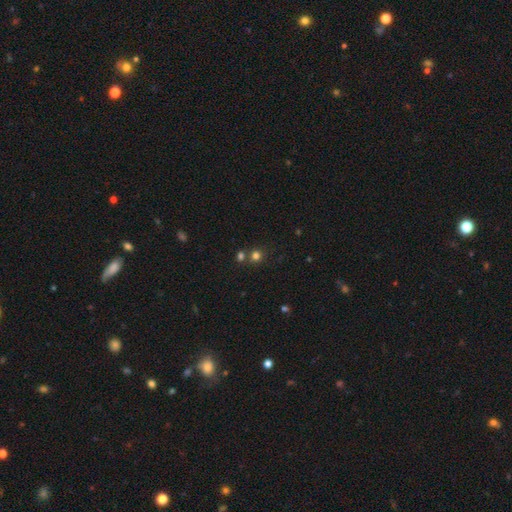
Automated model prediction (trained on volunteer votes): A smooth galaxy with no disk features (74%) that is round (86%). Merging: none (63%).